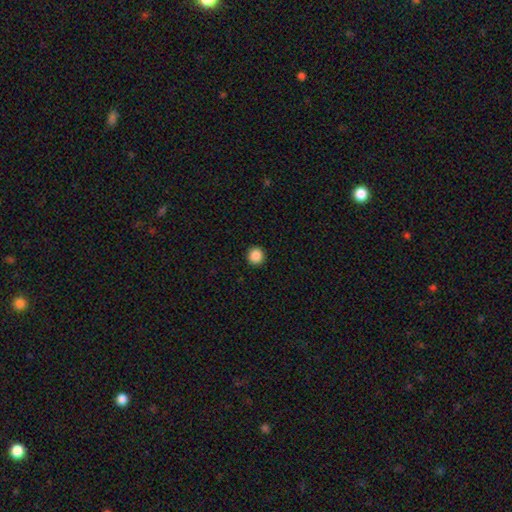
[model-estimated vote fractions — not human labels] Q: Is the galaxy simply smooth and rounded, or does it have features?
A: smooth — 88%.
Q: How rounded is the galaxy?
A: round — 95%.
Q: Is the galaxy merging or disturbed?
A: none — 93%.